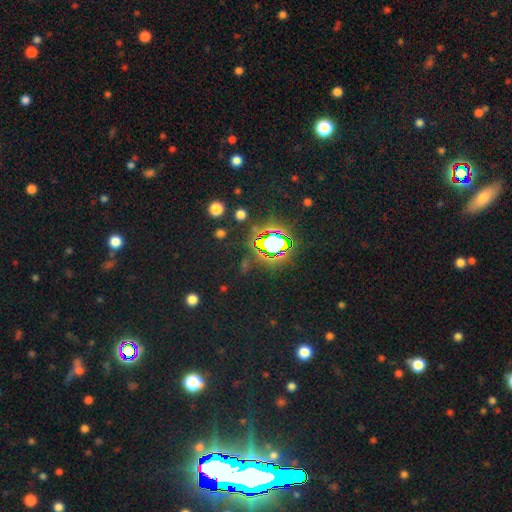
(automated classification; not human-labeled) Q: Smooth or featured?
A: star or artifact (82%); runner-up: smooth (10%)